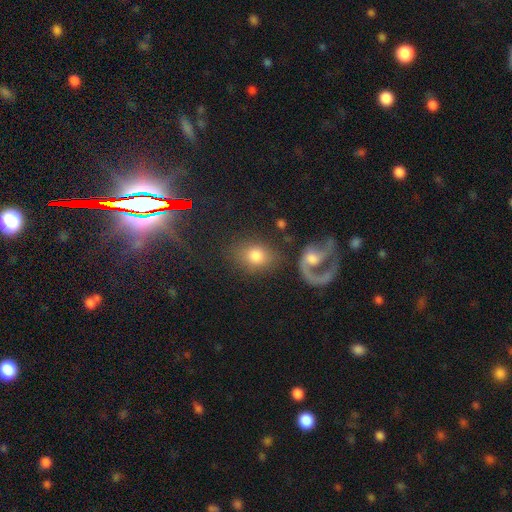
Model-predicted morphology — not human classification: smooth_or_featured: smooth (p=0.69) [alt: featured or disk p=0.19]
how_rounded: in between (p=0.49) [tied with: round p=0.49]
merging: none (p=0.63) [alt: minor disturbance p=0.14]